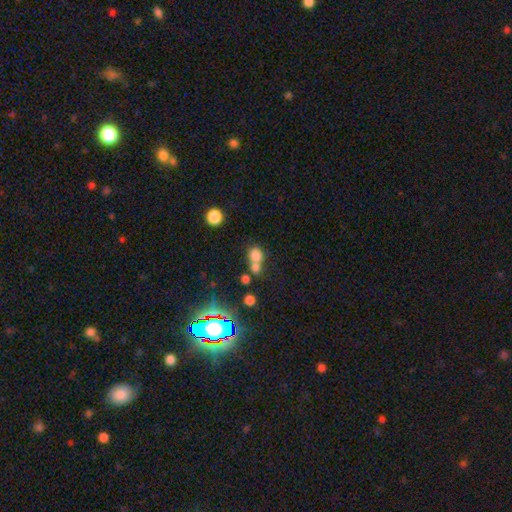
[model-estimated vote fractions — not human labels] Morphology: type=smooth (74%); roundness=round (72%); merging=merger (51%).